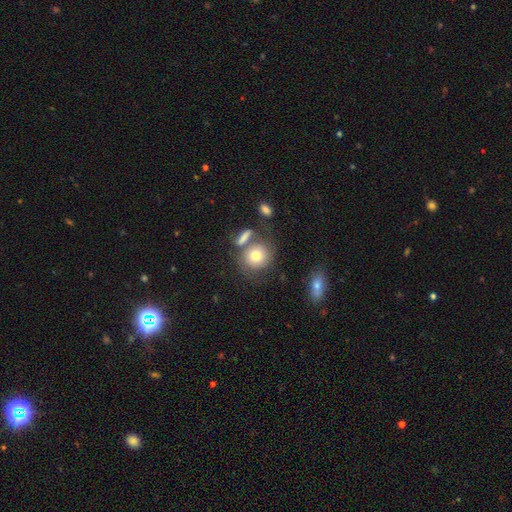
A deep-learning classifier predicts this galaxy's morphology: This appears to be a smooth galaxy with no disk features (71%) that is round (78%). Merging: none (50%).